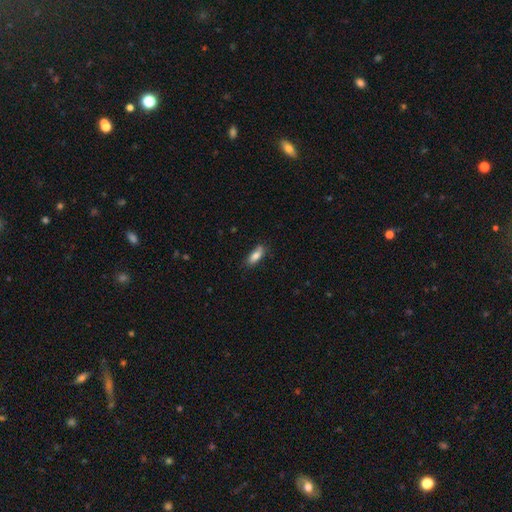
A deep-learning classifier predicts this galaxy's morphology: Q: Smooth or featured?
A: smooth (83%); runner-up: featured or disk (10%)
Q: How rounded?
A: in between (72%); runner-up: cigar-shaped (26%)
Q: Merging?
A: none (76%); runner-up: minor disturbance (19%)